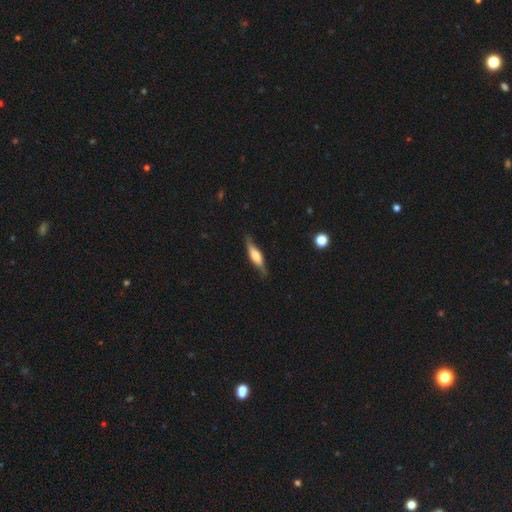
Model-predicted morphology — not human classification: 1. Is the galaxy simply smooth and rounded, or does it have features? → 52% featured or disk, 42% smooth, 6% star or artifact.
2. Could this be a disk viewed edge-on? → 86% yes, 14% no.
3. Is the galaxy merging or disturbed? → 77% none, 17% minor disturbance, 4% major disturbance, 1% merger.